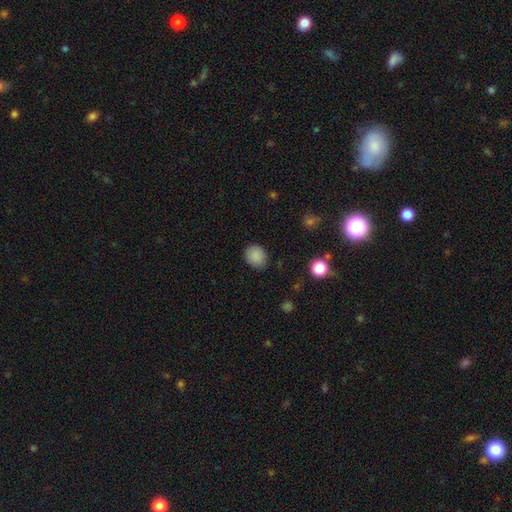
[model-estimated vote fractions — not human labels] smooth 87%, star or artifact 10%, featured or disk 4%. Down the decision tree: how rounded — round (68%); merging — none (84%).